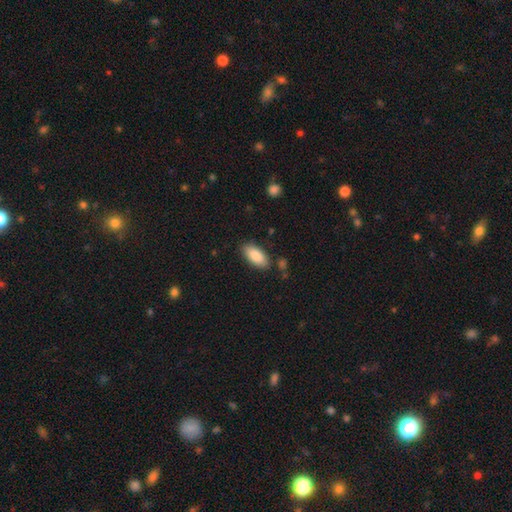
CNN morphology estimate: A smooth galaxy with no disk features (87%) that is in between round and cigar-shaped (89%).

Vote fractions:
- Smooth or featured? smooth: 87% / featured or disk: 7% / star or artifact: 6%
- How rounded? in between: 89% / cigar-shaped: 9% / round: 2%
- Merging? none: 84% / minor disturbance: 11% / merger: 3% / major disturbance: 3%